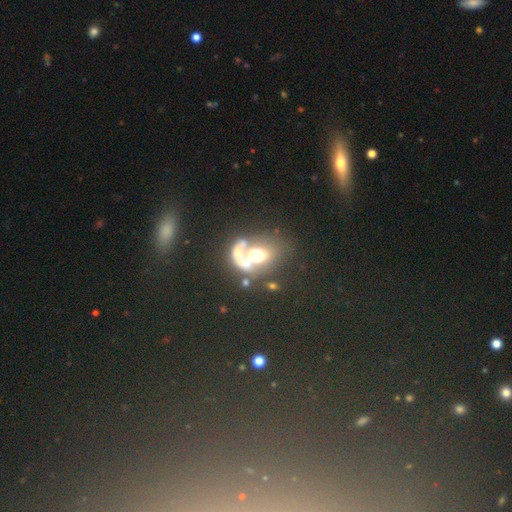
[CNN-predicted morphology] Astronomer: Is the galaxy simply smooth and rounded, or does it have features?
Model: smooth — 42% (runner-up: featured or disk, 40%).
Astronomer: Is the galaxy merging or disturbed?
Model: merger — 42% (runner-up: none, 25%).